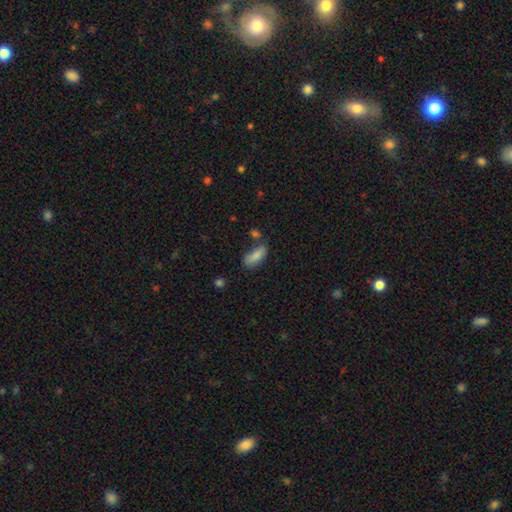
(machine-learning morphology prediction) The model was most divided on "merging": none: 63%, minor disturbance: 22%, merger: 9%, major disturbance: 6%. More confident: smooth or featured — smooth (83%); how rounded — in between (73%).